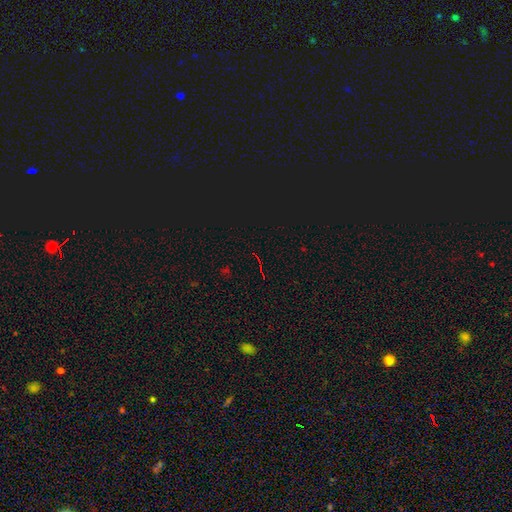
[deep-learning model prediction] This is likely a star or artifact rather than a galaxy (80%).